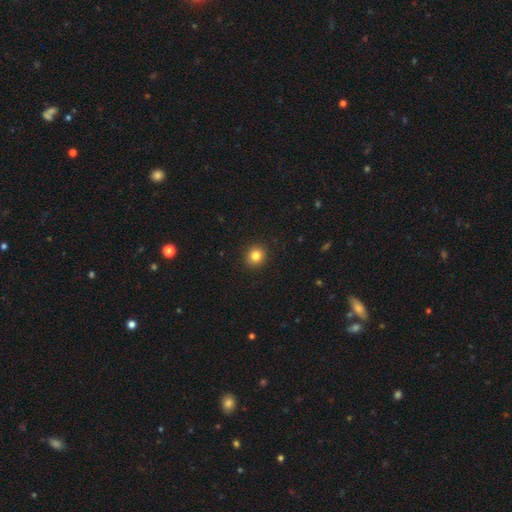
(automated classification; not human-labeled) This is clearly a smooth galaxy (83%). How rounded: clearly round (84%). Merging: clearly none (92%).